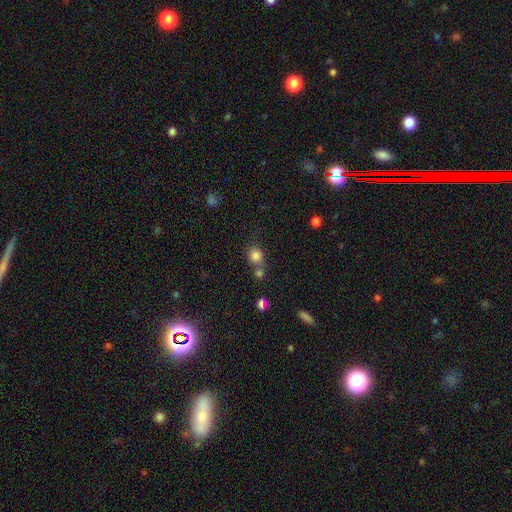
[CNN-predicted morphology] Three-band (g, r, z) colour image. It shows a smooth galaxy with no disk features (82%) that is round (80%). Merging: none (53%).